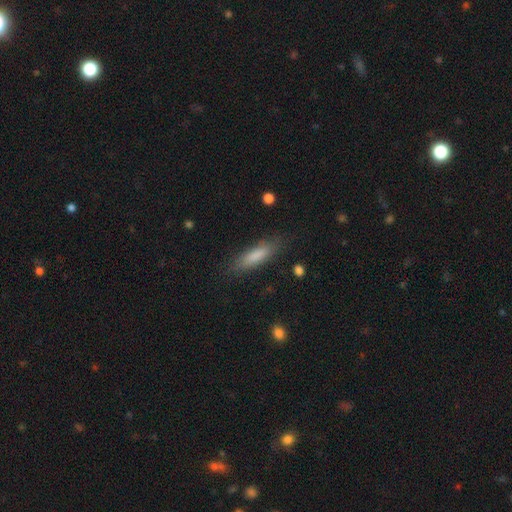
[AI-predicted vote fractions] smooth 82%, featured or disk 11%, star or artifact 7%. Down the decision tree: how rounded — cigar-shaped (61%); merging — none (83%).